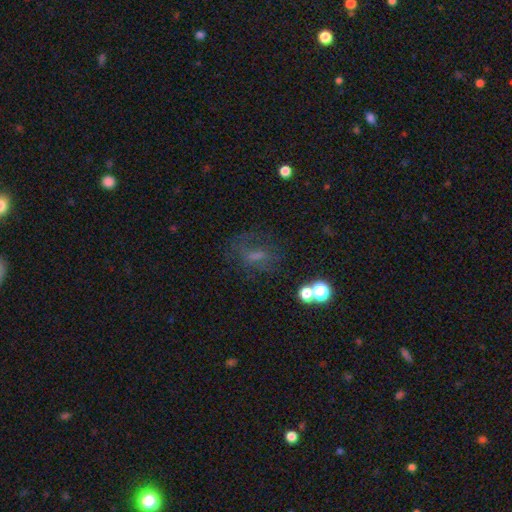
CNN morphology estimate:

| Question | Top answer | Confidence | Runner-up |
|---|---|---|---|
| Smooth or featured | smooth | 41% | featured or disk (32%) |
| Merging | none | 53% | major disturbance (22%) |